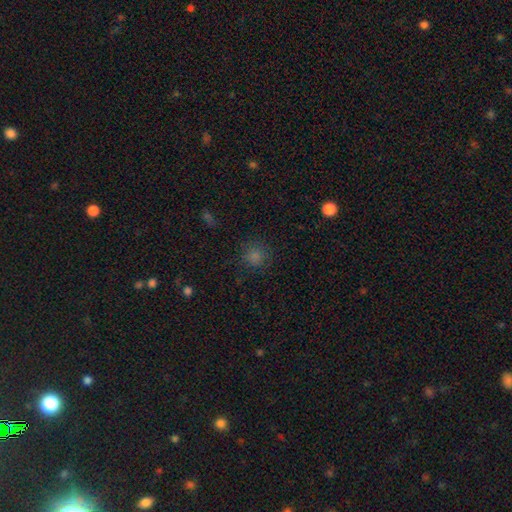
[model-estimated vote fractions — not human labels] A smooth galaxy with no disk features (70%) that is round (90%).

Vote fractions:
- Smooth or featured? smooth: 70% / star or artifact: 24% / featured or disk: 6%
- How rounded? round: 90% / in between: 9% / cigar-shaped: 1%
- Merging? none: 85% / minor disturbance: 10% / major disturbance: 4% / merger: 1%